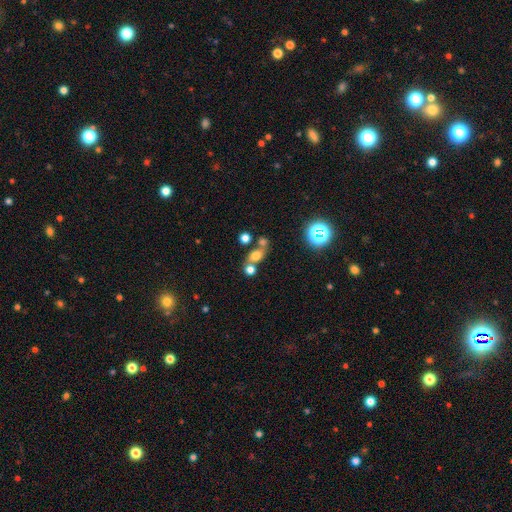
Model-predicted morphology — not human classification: Q: Smooth or featured?
A: smooth (65%); runner-up: star or artifact (21%)
Q: How rounded?
A: in between (49%); runner-up: round (48%)
Q: Merging?
A: none (48%); runner-up: merger (36%)